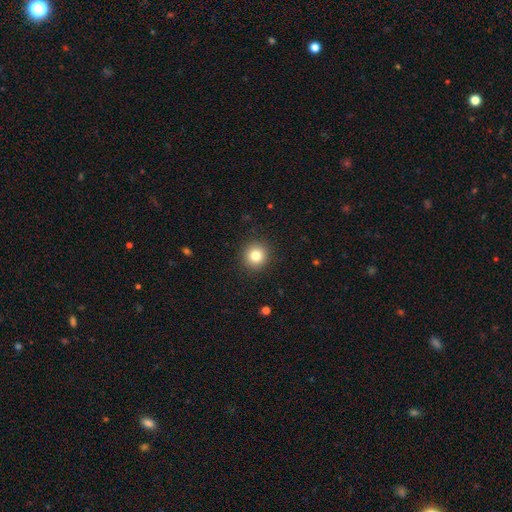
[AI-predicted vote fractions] smooth_or_featured: smooth (p=0.81) [alt: star or artifact p=0.11]
how_rounded: round (p=0.93) [alt: in between p=0.06]
merging: none (p=0.91) [alt: minor disturbance p=0.06]